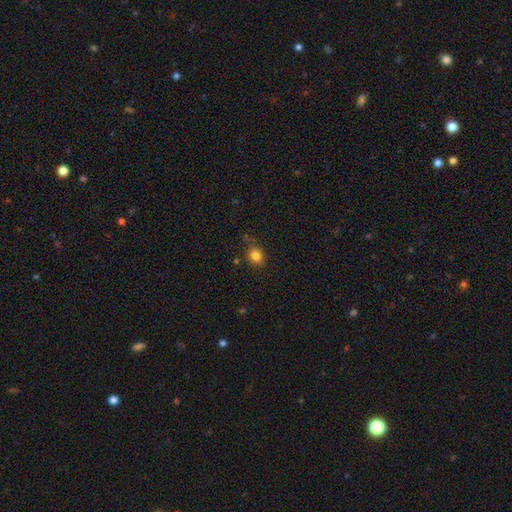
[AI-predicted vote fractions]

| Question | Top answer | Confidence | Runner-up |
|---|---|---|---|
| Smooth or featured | smooth | 82% | star or artifact (12%) |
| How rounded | round | 70% | in between (28%) |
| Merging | none | 70% | minor disturbance (20%) |